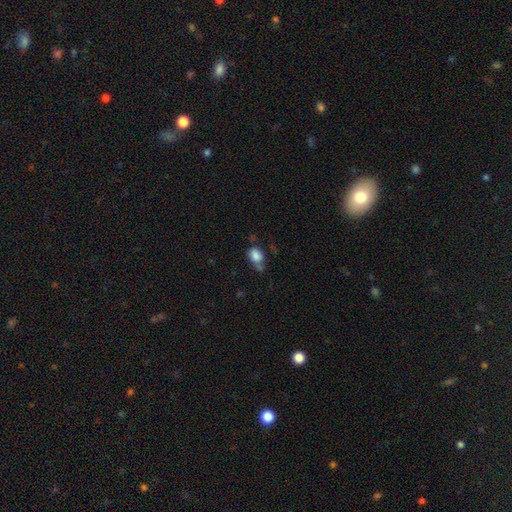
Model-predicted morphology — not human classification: Smooth or featured? smooth (83%)
How rounded? in between (65%)
Merging? none (46%)